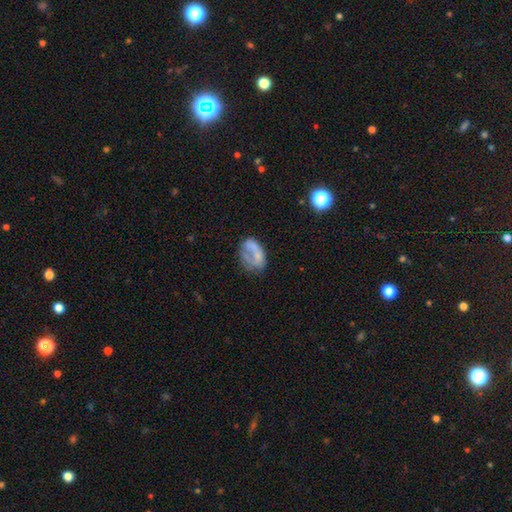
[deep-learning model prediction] A smooth galaxy with no disk features (56%) that is in between round and cigar-shaped (82%).

Vote fractions:
- Smooth or featured? smooth: 56% / featured or disk: 34% / star or artifact: 10%
- How rounded? in between: 82% / round: 16% / cigar-shaped: 2%
- Merging? none: 36% / major disturbance: 32% / minor disturbance: 27% / merger: 5%